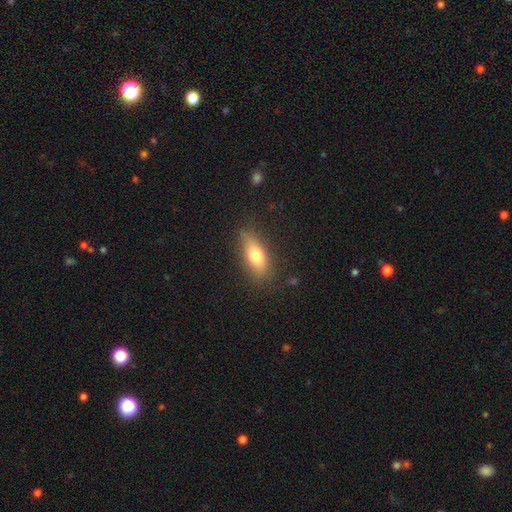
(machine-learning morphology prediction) smooth_or_featured: smooth (p=0.73) [alt: featured or disk p=0.19]
how_rounded: in between (p=0.71) [alt: cigar-shaped p=0.25]
merging: none (p=0.79) [alt: minor disturbance p=0.15]